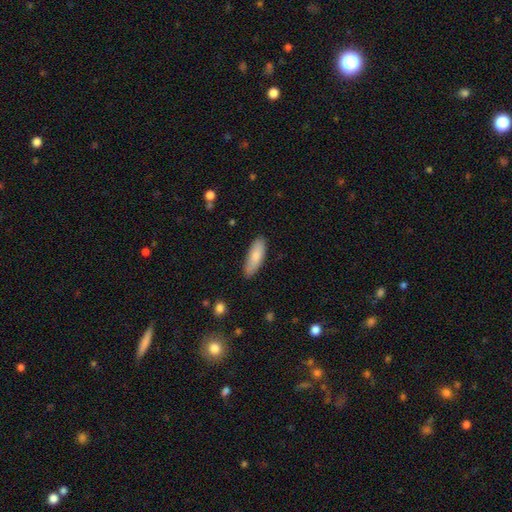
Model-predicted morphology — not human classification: Smooth or featured?
  - smooth: 82% *
  - featured or disk: 13%
  - star or artifact: 6%
How rounded?
  - in between: 65% *
  - cigar-shaped: 33%
  - round: 2%
Merging?
  - none: 79% *
  - minor disturbance: 17%
  - major disturbance: 3%
  - merger: 1%